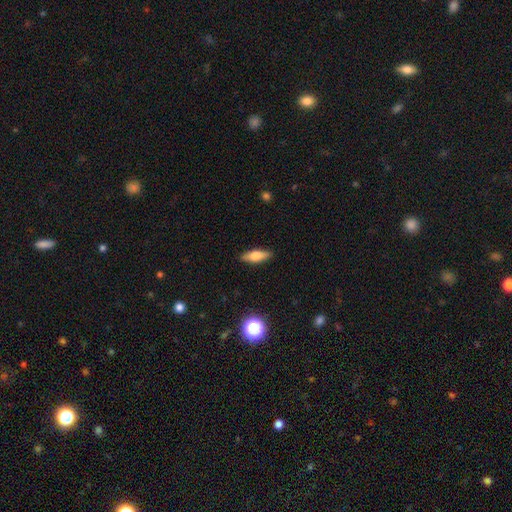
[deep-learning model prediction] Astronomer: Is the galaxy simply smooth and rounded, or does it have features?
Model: smooth — 60%.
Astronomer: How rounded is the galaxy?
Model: in between — 54% (runner-up: cigar-shaped, 42%).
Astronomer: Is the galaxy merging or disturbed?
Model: none — 88%.